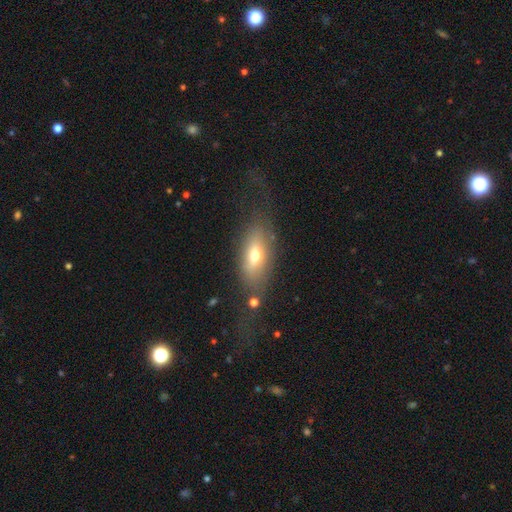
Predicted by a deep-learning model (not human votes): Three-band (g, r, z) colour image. It shows a smooth galaxy with no disk features (62%) that is in between round and cigar-shaped (80%). Merging: none (61%).